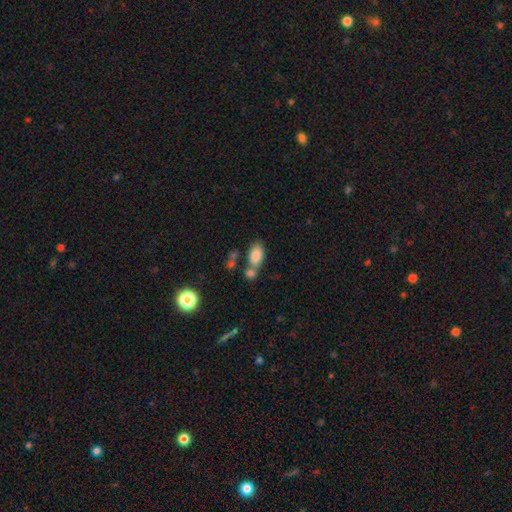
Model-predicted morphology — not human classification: Overall: smooth (83%). How rounded: in between (91%). Merging: none (46%; merger 35%).